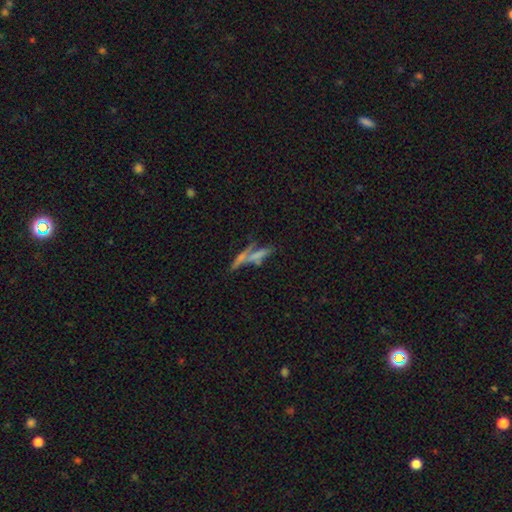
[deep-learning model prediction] A smooth galaxy with no disk features (51%) that is cigar-shaped (75%).

Vote fractions:
- Smooth or featured? smooth: 51% / featured or disk: 31% / star or artifact: 18%
- How rounded? cigar-shaped: 75% / in between: 20% / round: 5%
- Merging? merger: 43% / none: 38% / minor disturbance: 11% / major disturbance: 8%